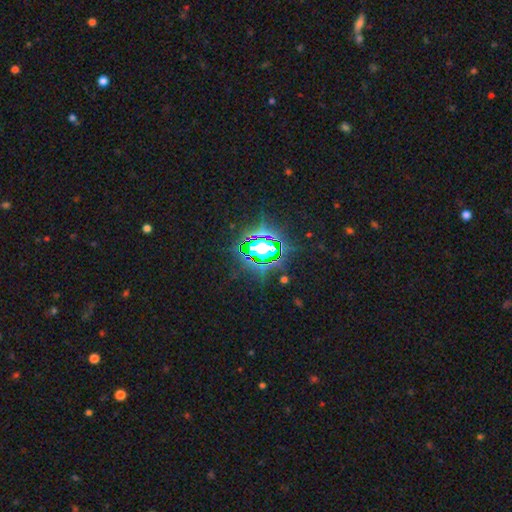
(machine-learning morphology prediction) smooth_or_featured: star or artifact (p=0.80) [alt: smooth p=0.11]